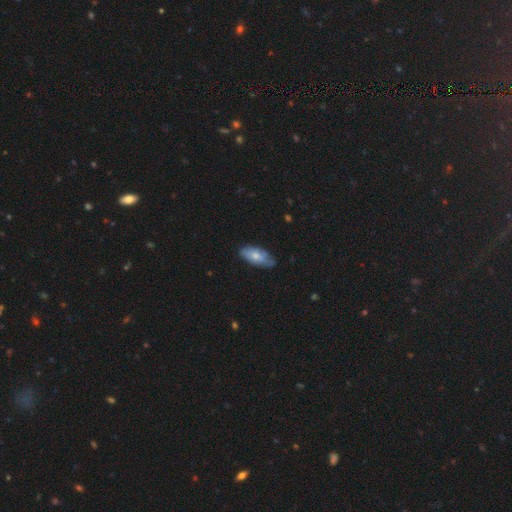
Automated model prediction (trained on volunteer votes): Q: Smooth or featured?
A: smooth (67%); runner-up: featured or disk (27%)
Q: How rounded?
A: in between (87%); runner-up: cigar-shaped (11%)
Q: Merging?
A: none (64%); runner-up: minor disturbance (30%)